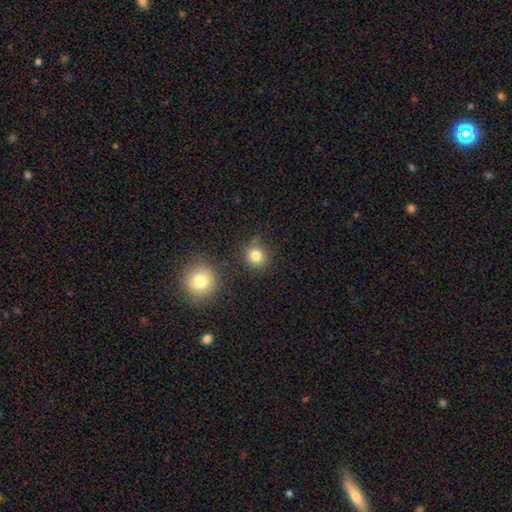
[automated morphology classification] smooth-or-featured: smooth: 81% | star or artifact: 13% | featured or disk: 6%
  how-rounded: round: 86% | in between: 14% | cigar-shaped: 1%
  merging: none: 76% | minor disturbance: 14% | merger: 6% | major disturbance: 4%